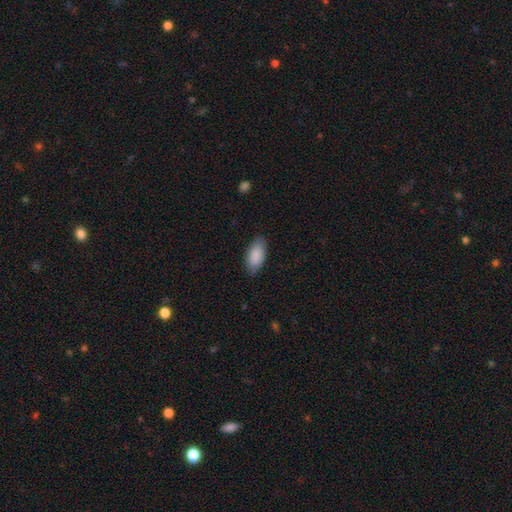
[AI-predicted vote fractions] Smooth or featured? Predicted: smooth (p=0.88). How rounded? Predicted: in between (p=0.92). Merging? Predicted: none (p=0.81).